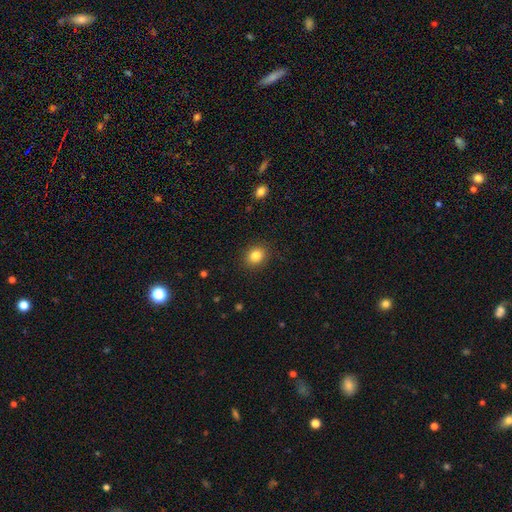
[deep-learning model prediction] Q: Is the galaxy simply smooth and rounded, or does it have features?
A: smooth — 84%.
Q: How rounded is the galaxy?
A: round — 64%.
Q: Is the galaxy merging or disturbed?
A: none — 89%.